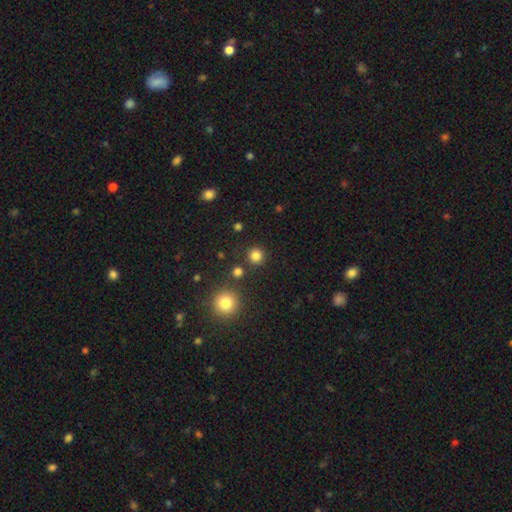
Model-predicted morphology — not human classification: Smooth or featured: smooth — 82% (star or artifact — 14%)
How rounded: round — 93% (in between — 6%)
Merging: none — 87% (minor disturbance — 6%)